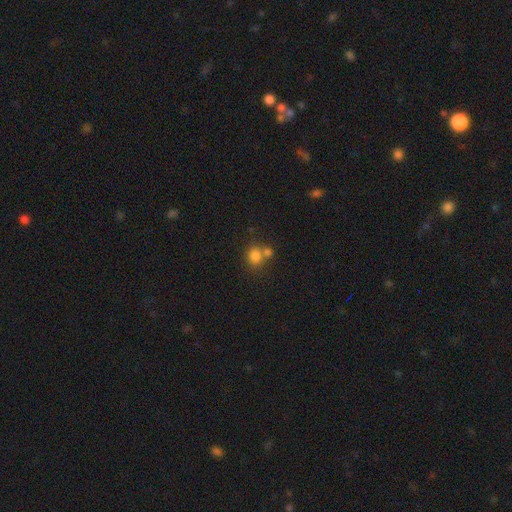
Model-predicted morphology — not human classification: This appears to be a smooth galaxy with no disk features (80%) that is round (71%). Merging: none (50%).